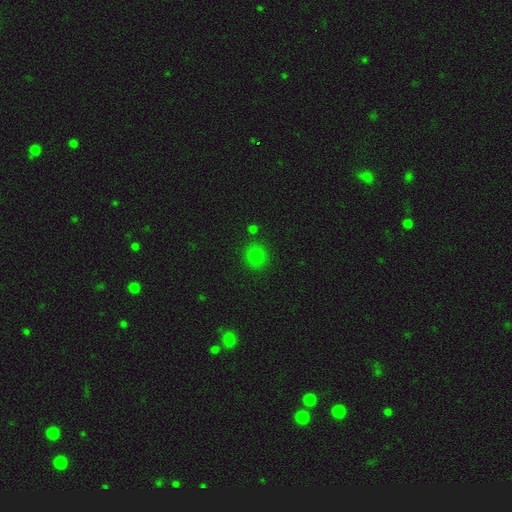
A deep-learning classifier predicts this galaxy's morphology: smooth 78%, star or artifact 16%, featured or disk 6%. Down the decision tree: how rounded — round (89%); merging — none (85%).